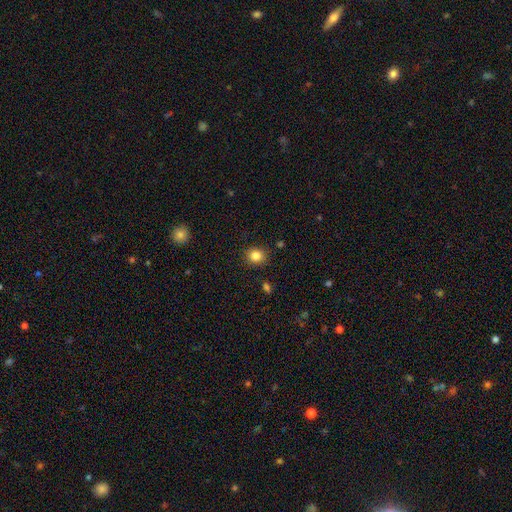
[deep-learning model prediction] A smooth galaxy with no disk features (84%) that is round (78%).

Vote fractions:
- Smooth or featured? smooth: 84% / star or artifact: 11% / featured or disk: 5%
- How rounded? round: 78% / in between: 21% / cigar-shaped: 1%
- Merging? none: 88% / minor disturbance: 8% / major disturbance: 2% / merger: 2%